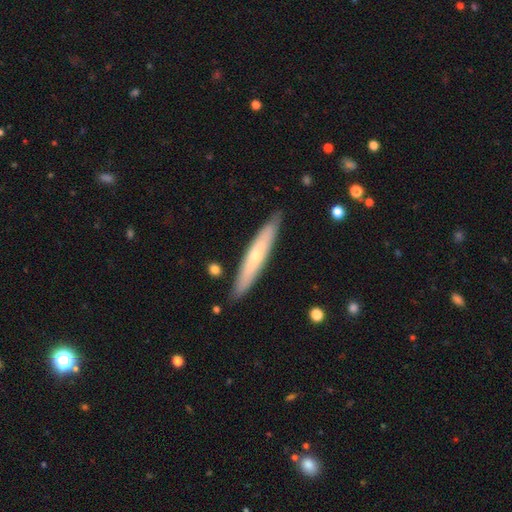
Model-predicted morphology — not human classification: This appears to be a featured or disk galaxy (49%). Merging: none (88%).